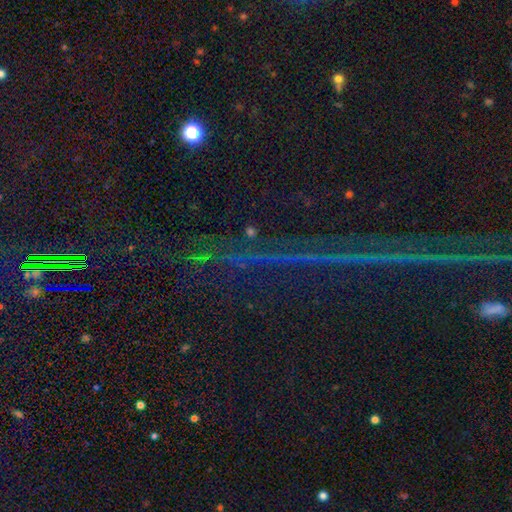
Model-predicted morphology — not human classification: Q: Smooth or featured?
A: star or artifact (88%); runner-up: featured or disk (6%)